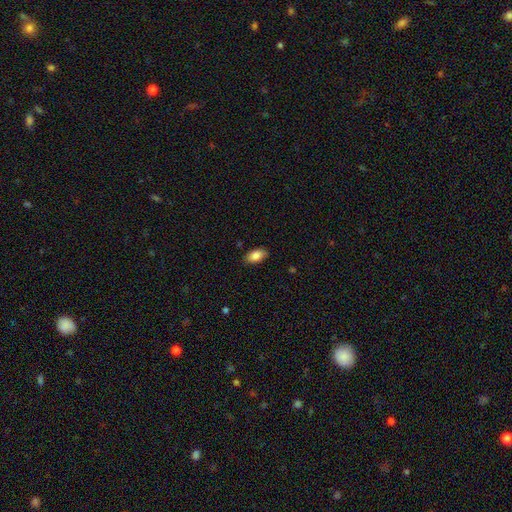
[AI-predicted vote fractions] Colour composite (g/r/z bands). It shows a smooth galaxy with no disk features (86%) that is in between round and cigar-shaped (93%). Merging: none (86%).